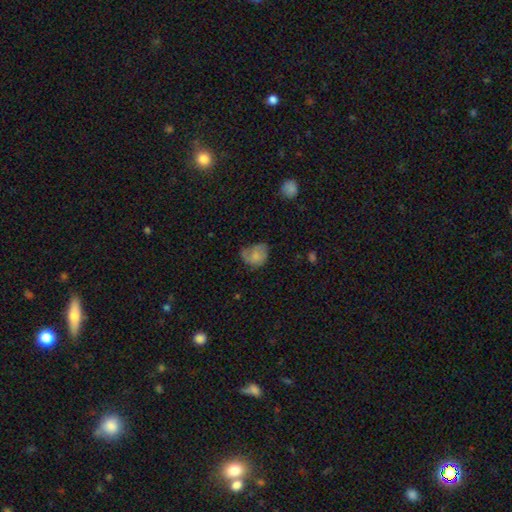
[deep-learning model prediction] smooth 65%, featured or disk 26%, star or artifact 9%. Down the decision tree: how rounded — round (50%); merging — none (40%).